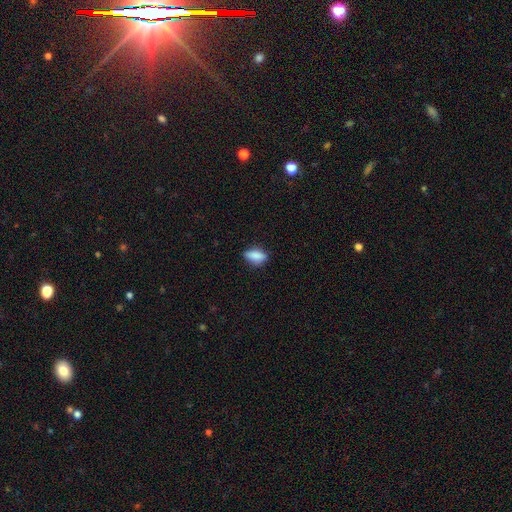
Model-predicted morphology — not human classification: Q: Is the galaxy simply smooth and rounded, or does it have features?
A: smooth — 82%.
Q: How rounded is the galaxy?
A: in between — 77%.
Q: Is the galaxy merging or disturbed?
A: none — 81%.